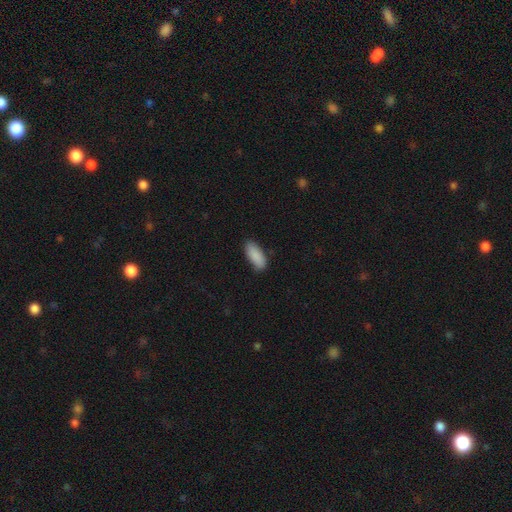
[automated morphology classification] This is clearly a smooth galaxy (90%). How rounded: clearly in between (81%). Merging: clearly none (82%).